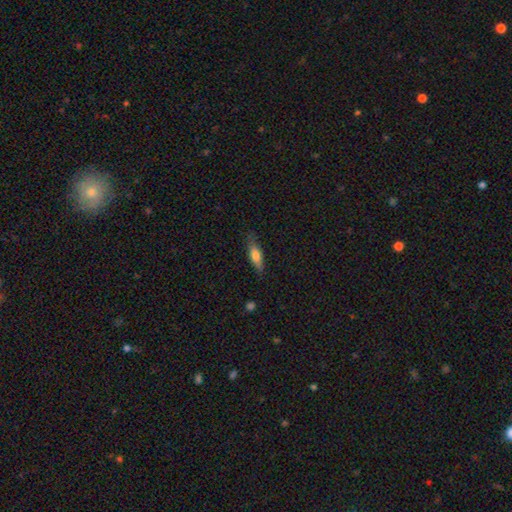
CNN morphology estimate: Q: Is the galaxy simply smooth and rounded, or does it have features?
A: smooth — 67%.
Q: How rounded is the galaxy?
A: cigar-shaped — 49%.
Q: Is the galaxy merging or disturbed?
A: none — 77%.